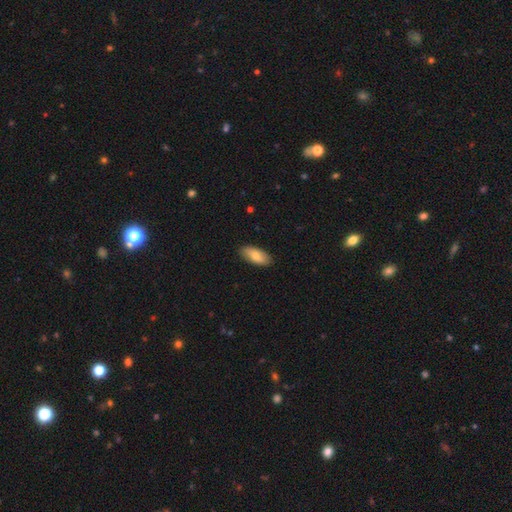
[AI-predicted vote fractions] A smooth galaxy with no disk features (75%) that is in between round and cigar-shaped (88%). Merging: none (88%).